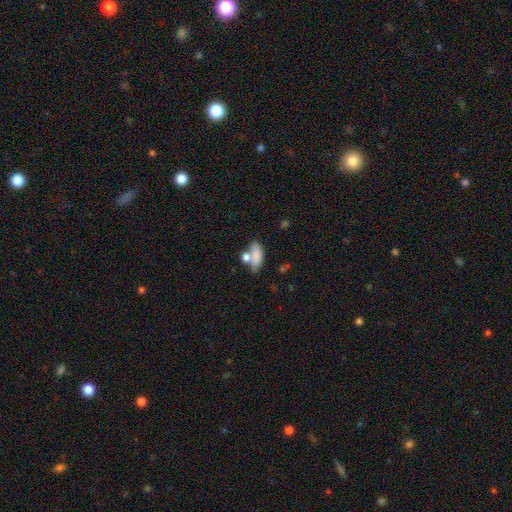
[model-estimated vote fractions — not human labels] Overall: smooth (78%). How rounded: in between (83%). Merging: none (42%; merger 34%).